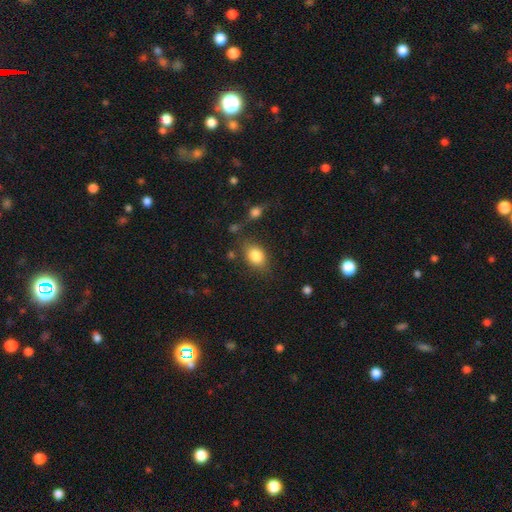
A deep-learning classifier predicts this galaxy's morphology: Smooth or featured? smooth (84%)
How rounded? in between (72%)
Merging? none (74%)